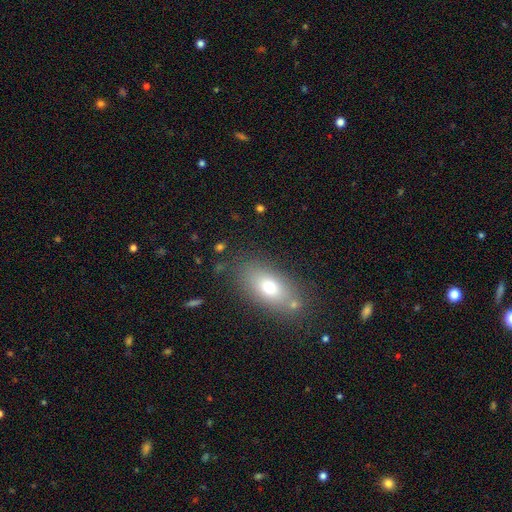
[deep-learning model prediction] smooth_or_featured: smooth (p=0.65) [alt: featured or disk p=0.18]
how_rounded: in between (p=0.82) [alt: round p=0.11]
merging: none (p=0.83) [alt: minor disturbance p=0.11]